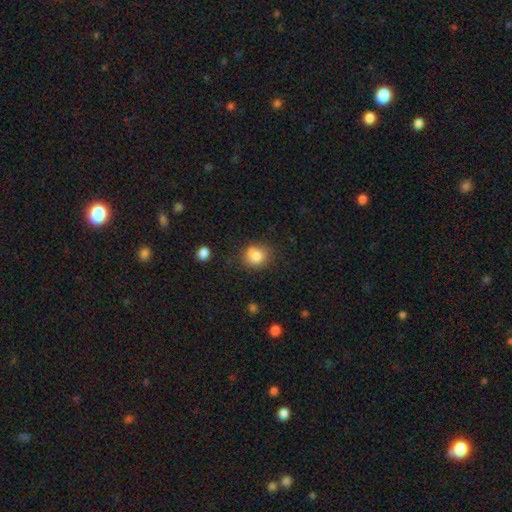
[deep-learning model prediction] Smooth or featured? Predicted: smooth (p=0.81). How rounded? Predicted: round (p=0.78). Merging? Predicted: none (p=0.66).